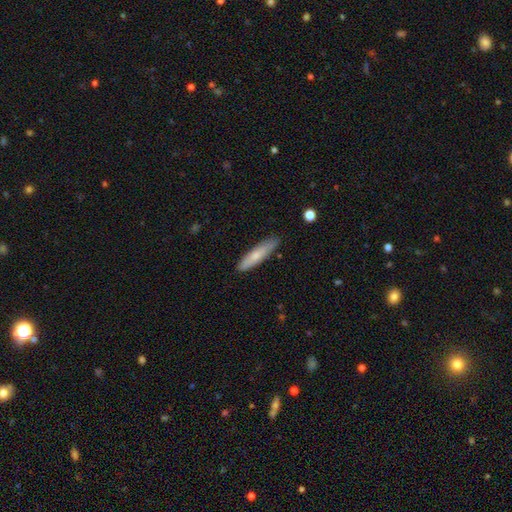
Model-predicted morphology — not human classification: Overall: smooth (68%). How rounded: cigar-shaped (82%). Merging: none (85%).